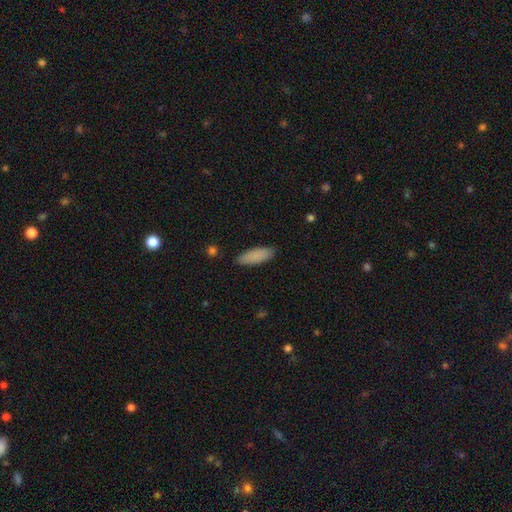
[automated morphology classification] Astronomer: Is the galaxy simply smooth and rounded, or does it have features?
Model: smooth — 88%.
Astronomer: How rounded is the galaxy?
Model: in between — 63%.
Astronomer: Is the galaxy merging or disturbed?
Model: none — 87%.